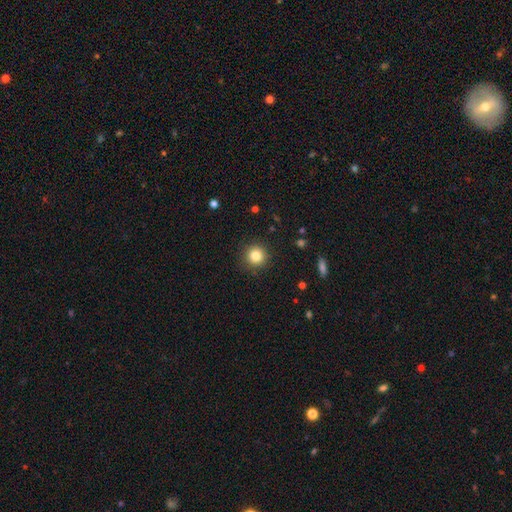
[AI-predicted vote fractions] smooth-or-featured: smooth: 83% | star or artifact: 11% | featured or disk: 6%
  how-rounded: round: 95% | in between: 4% | cigar-shaped: 1%
  merging: none: 91% | minor disturbance: 6% | major disturbance: 2% | merger: 1%